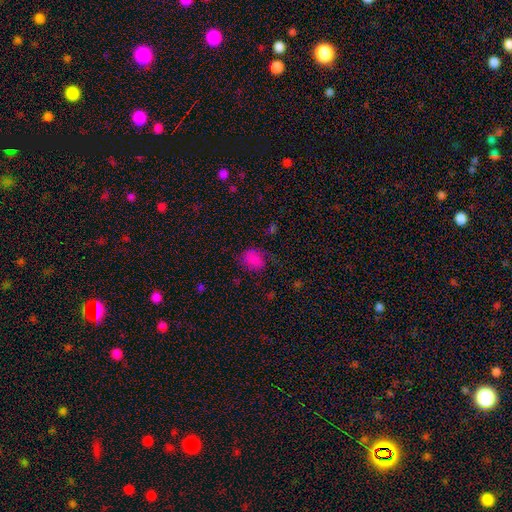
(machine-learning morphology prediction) A smooth galaxy with no disk features (70%) that is in between round and cigar-shaped (63%). Merging: none (45%).